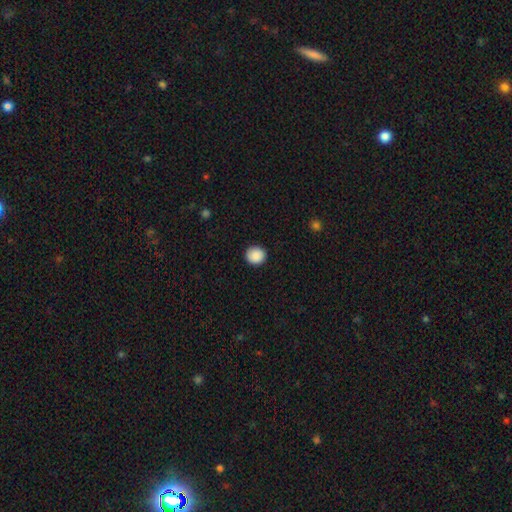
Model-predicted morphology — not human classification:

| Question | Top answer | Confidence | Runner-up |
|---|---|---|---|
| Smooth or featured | smooth | 89% | star or artifact (8%) |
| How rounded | round | 89% | in between (10%) |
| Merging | none | 91% | minor disturbance (6%) |